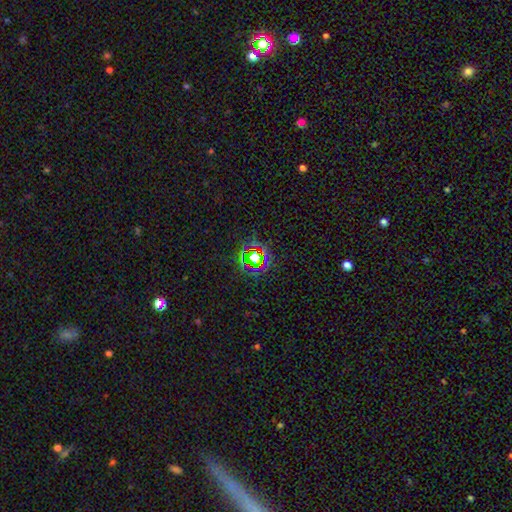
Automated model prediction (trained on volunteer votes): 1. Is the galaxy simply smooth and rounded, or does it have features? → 72% star or artifact, 18% smooth, 11% featured or disk.